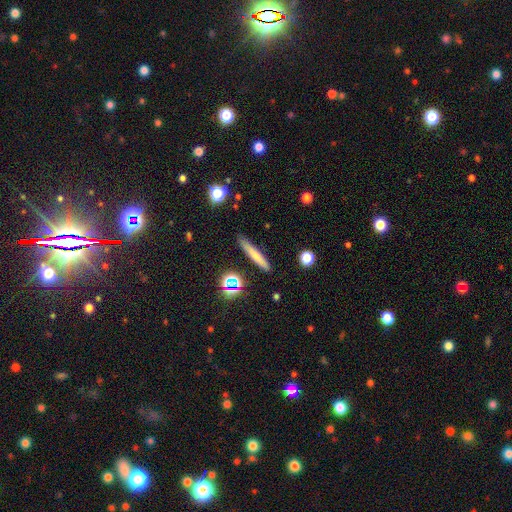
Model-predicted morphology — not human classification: type=smooth (67%); roundness=cigar-shaped (92%); merging=none (86%).